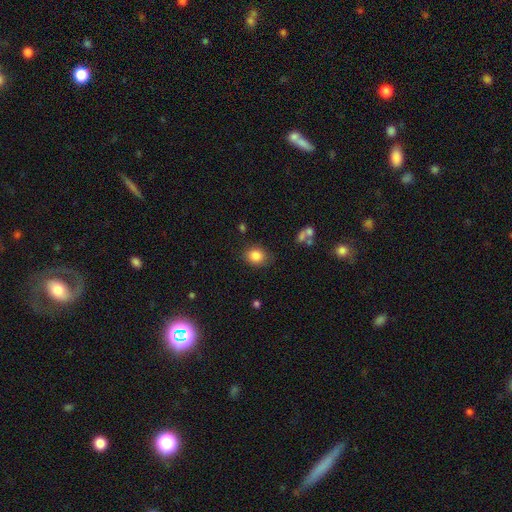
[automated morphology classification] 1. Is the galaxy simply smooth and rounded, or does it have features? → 84% smooth, 10% star or artifact, 6% featured or disk.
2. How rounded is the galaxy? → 57% round, 42% in between, 1% cigar-shaped.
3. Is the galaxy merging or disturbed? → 82% none, 13% minor disturbance, 3% major disturbance, 2% merger.